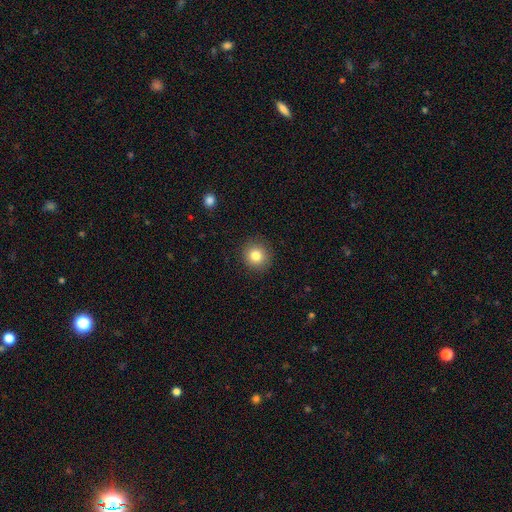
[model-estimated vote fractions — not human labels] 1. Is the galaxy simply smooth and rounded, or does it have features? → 82% smooth, 10% star or artifact, 8% featured or disk.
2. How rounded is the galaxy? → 92% round, 7% in between, 1% cigar-shaped.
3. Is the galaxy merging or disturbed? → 90% none, 6% minor disturbance, 2% major disturbance, 1% merger.